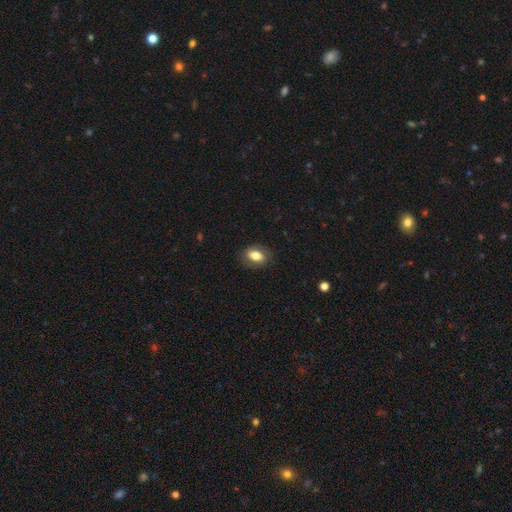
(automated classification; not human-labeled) A smooth galaxy with no disk features (76%) that is in between round and cigar-shaped (82%). Merging: none (84%).